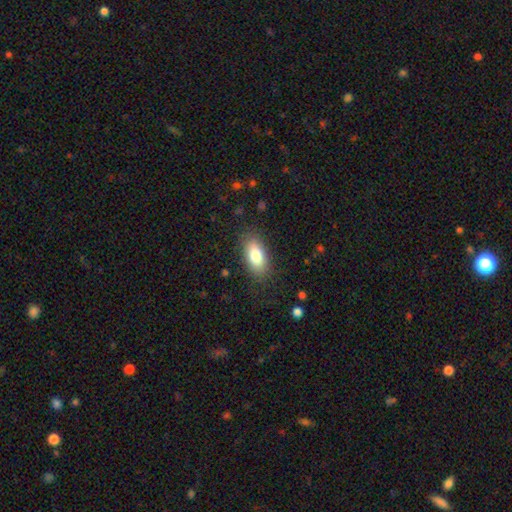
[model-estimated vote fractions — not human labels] Q: Smooth or featured?
A: smooth (80%); runner-up: featured or disk (13%)
Q: How rounded?
A: in between (88%); runner-up: cigar-shaped (9%)
Q: Merging?
A: none (84%); runner-up: minor disturbance (12%)